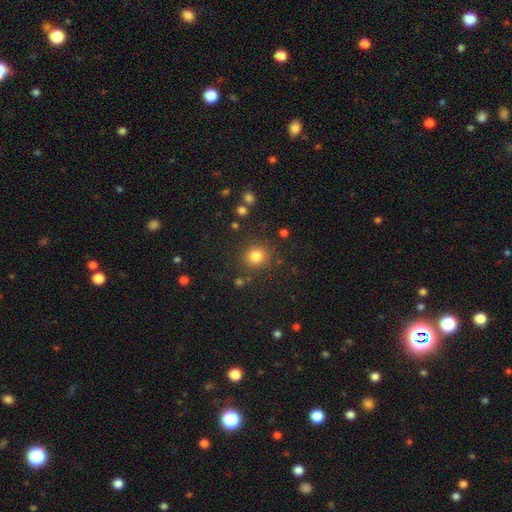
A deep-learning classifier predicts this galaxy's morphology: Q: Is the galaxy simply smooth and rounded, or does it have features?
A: smooth — 81%.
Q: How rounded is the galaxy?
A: round — 89%.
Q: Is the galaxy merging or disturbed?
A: none — 85%.